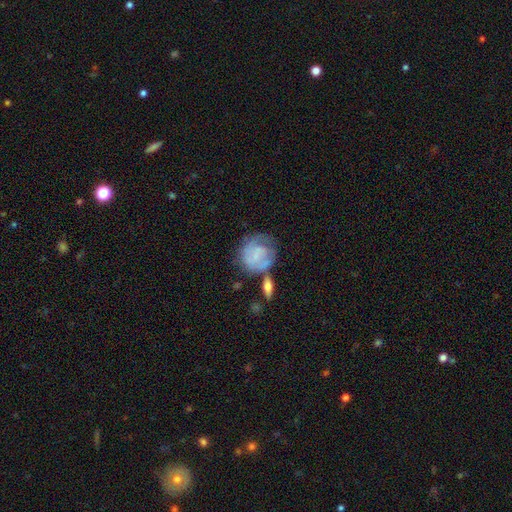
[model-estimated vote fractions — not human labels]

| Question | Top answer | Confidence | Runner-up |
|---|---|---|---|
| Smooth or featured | featured or disk | 50% | smooth (43%) |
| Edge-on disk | no | 97% | yes (3%) |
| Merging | none | 45% | minor disturbance (24%) |